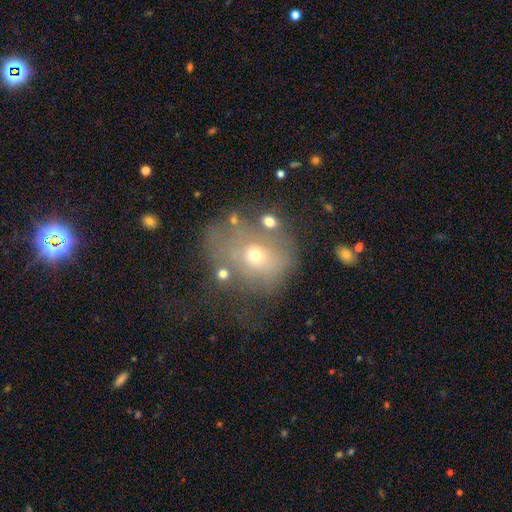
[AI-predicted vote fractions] smooth-or-featured: smooth: 55% | featured or disk: 27% | star or artifact: 17%
  how-rounded: round: 72% | in between: 27% | cigar-shaped: 1%
  merging: none: 47% | major disturbance: 23% | minor disturbance: 21% | merger: 10%